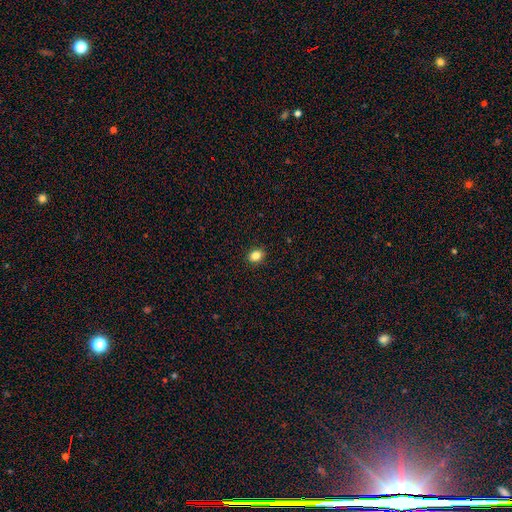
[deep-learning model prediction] smooth_or_featured: smooth (p=0.85) [alt: star or artifact p=0.10]
how_rounded: in between (p=0.57) [alt: round p=0.42]
merging: none (p=0.90) [alt: minor disturbance p=0.07]